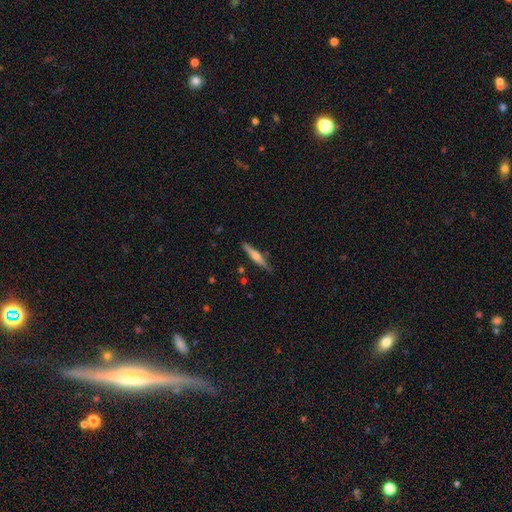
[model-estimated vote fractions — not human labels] smooth_or_featured: featured or disk (p=0.58) [alt: smooth p=0.36]
disk_edge_on: yes (p=0.97) [alt: no p=0.03]
edge_on_bulge: rounded (p=0.80) [alt: none p=0.11]
merging: none (p=0.85) [alt: minor disturbance p=0.11]